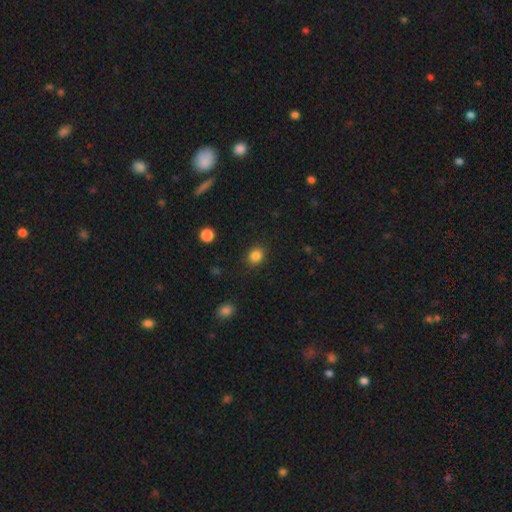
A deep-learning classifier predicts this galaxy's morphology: type=smooth (84%); roundness=round (64%); merging=none (88%).